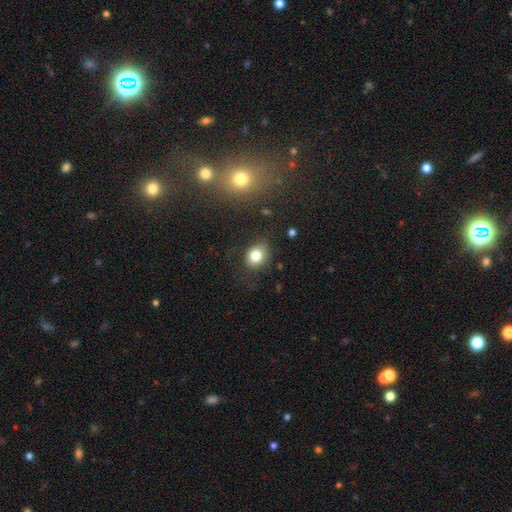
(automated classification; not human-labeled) Overall: smooth (80%). How rounded: round (50%; in between 49%). Merging: none (76%).